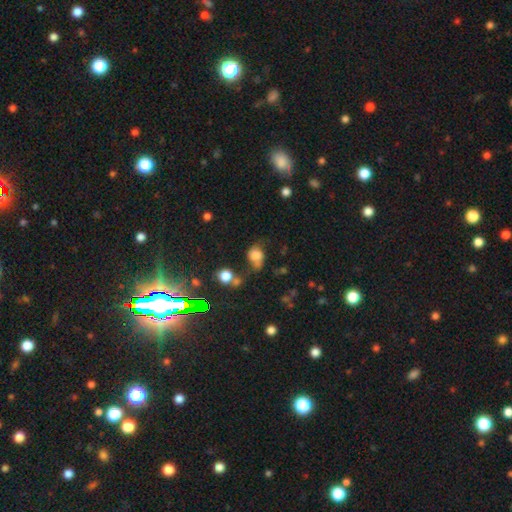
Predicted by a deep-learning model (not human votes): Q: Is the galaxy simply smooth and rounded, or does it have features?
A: smooth — 64%.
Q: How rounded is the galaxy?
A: in between — 51%.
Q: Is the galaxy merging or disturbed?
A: none — 32%.